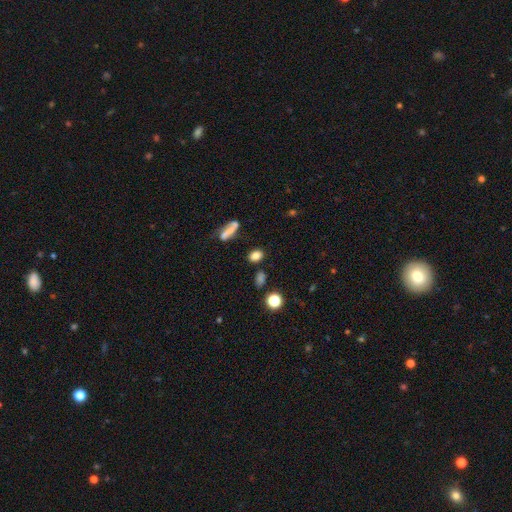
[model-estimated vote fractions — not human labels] Q: Smooth or featured?
A: smooth (79%); runner-up: star or artifact (13%)
Q: How rounded?
A: in between (69%); runner-up: round (26%)
Q: Merging?
A: none (75%); runner-up: minor disturbance (12%)